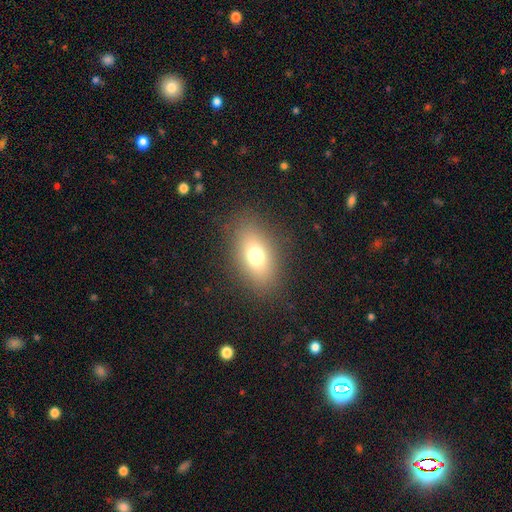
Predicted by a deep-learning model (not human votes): Smooth or featured?
  - smooth: 72% *
  - featured or disk: 15%
  - star or artifact: 13%
How rounded?
  - in between: 82% *
  - round: 15%
  - cigar-shaped: 4%
Merging?
  - none: 85% *
  - minor disturbance: 10%
  - major disturbance: 5%
  - merger: 1%